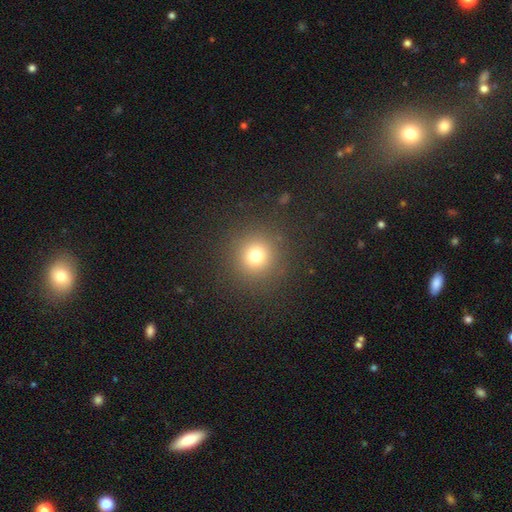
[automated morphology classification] type=smooth (74%); roundness=round (93%); merging=none (89%).